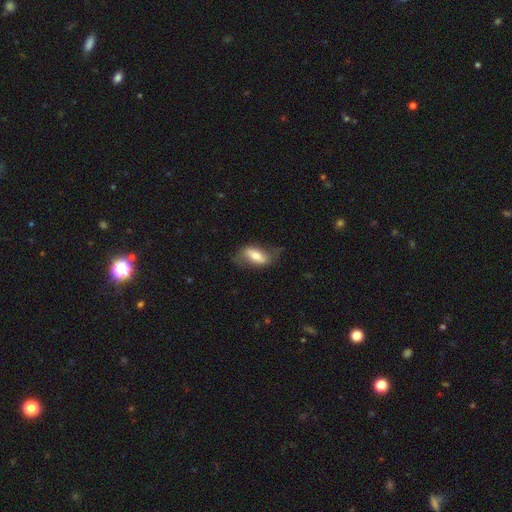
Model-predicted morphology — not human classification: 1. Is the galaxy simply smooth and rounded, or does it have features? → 54% smooth, 40% featured or disk, 7% star or artifact.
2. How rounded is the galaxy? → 79% in between, 16% cigar-shaped, 5% round.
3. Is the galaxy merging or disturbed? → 59% none, 26% minor disturbance, 13% major disturbance, 2% merger.